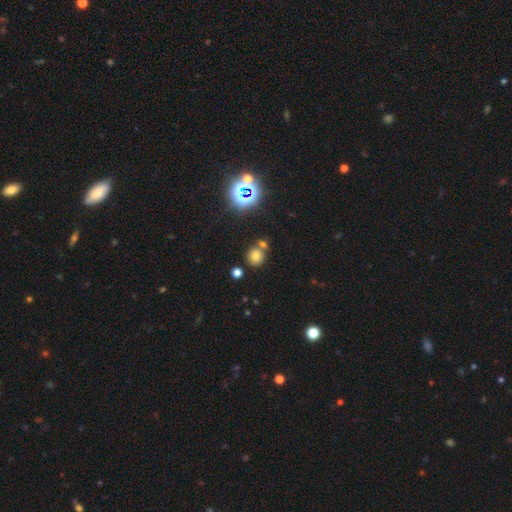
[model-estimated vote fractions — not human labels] A smooth galaxy with no disk features (69%) that is round (84%). Merging: none (65%).